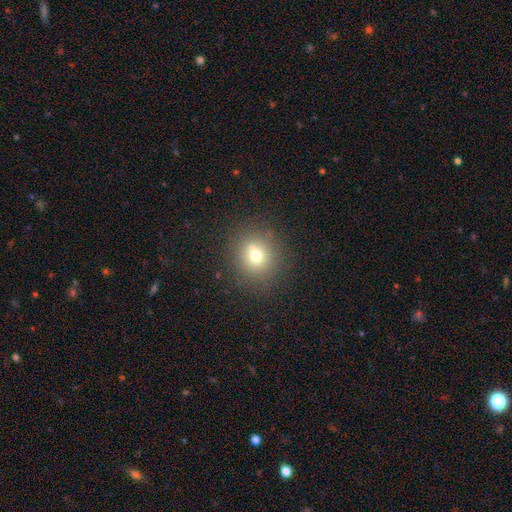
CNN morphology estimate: Smooth or featured? Predicted: smooth (p=0.68). How rounded? Predicted: round (p=0.88). Merging? Predicted: none (p=0.71).